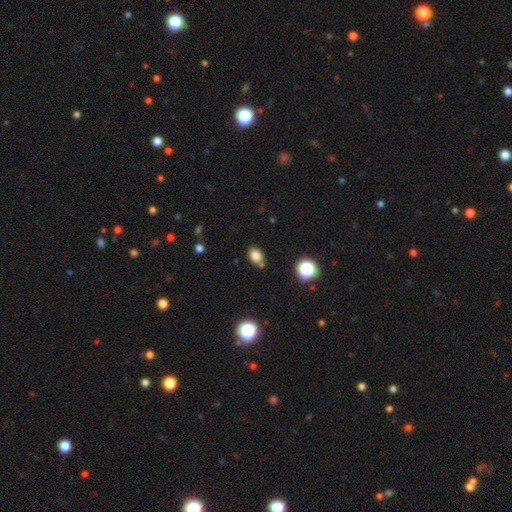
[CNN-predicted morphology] This appears to be a smooth galaxy with no disk features (81%) that is in between round and cigar-shaped (72%). Merging: none (70%).